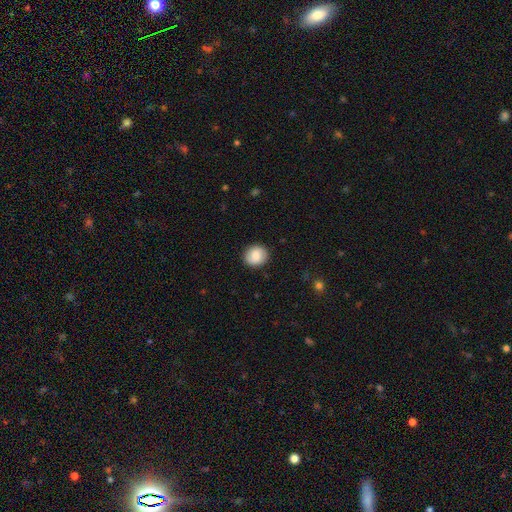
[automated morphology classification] The model was most divided on "how rounded": round: 80%, in between: 19%, cigar-shaped: 1%. More confident: merging — none (88%); smooth or featured — smooth (83%).